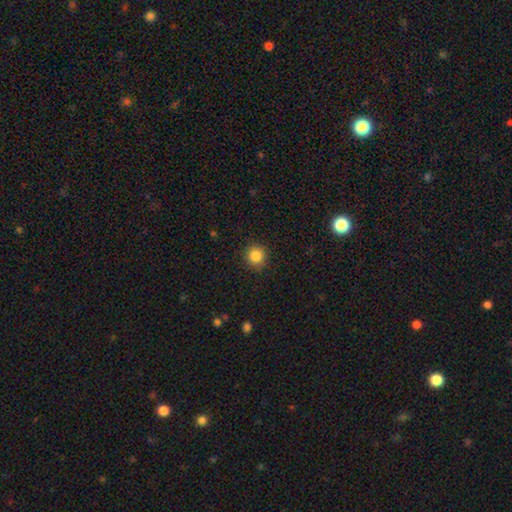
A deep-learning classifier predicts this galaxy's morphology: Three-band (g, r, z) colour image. It shows a smooth galaxy with no disk features (85%) that is round (91%). Merging: none (90%).